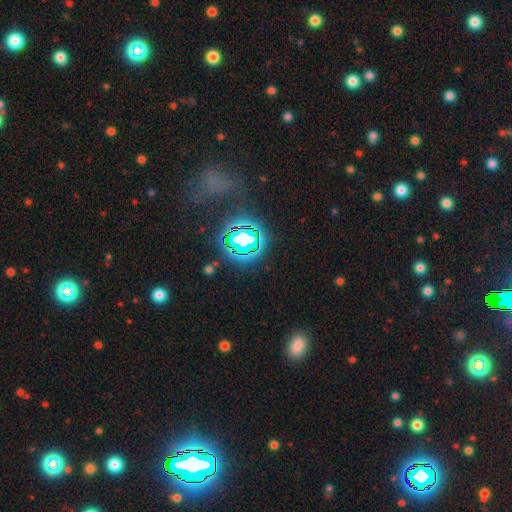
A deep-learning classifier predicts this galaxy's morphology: type=star or artifact (73%).